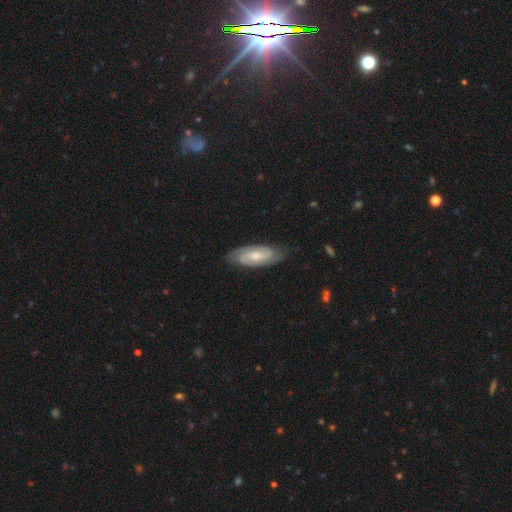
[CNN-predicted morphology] Smooth or featured? Predicted: featured or disk (p=0.76). Edge-on disk? Predicted: no (p=0.92). Bar? Predicted: no (p=0.49). Spiral arms? Predicted: yes (p=0.94). Spiral winding? Predicted: tight (p=0.58). Spiral arm count? Predicted: 2 (p=0.81). Bulge size? Predicted: small (p=0.48). Merging? Predicted: none (p=0.80).